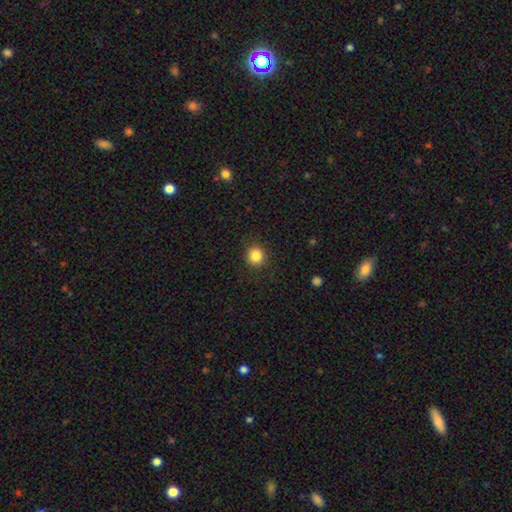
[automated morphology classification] Overall: smooth (85%). How rounded: round (91%). Merging: none (90%).